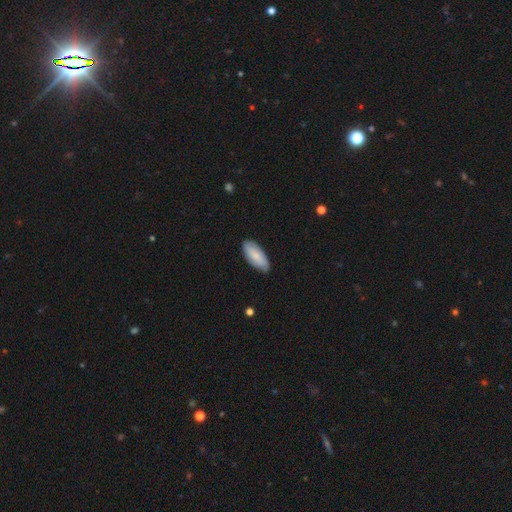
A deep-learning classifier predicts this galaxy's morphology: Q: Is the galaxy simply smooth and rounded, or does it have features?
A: smooth — 76%.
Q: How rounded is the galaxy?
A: in between — 84%.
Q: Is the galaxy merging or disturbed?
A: none — 81%.